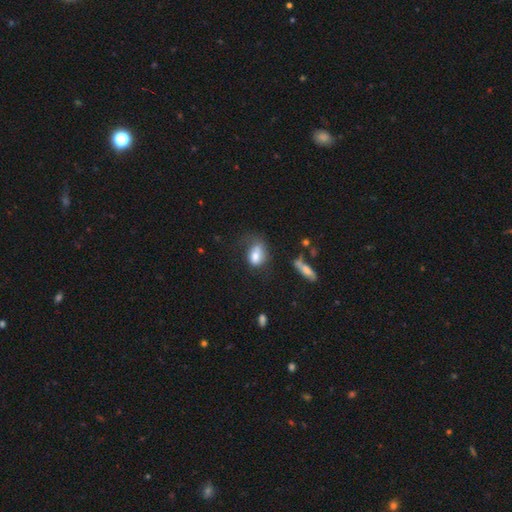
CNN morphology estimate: A smooth galaxy with no disk features (73%) that is in between round and cigar-shaped (82%). Merging: none (31%, tied with major disturbance).